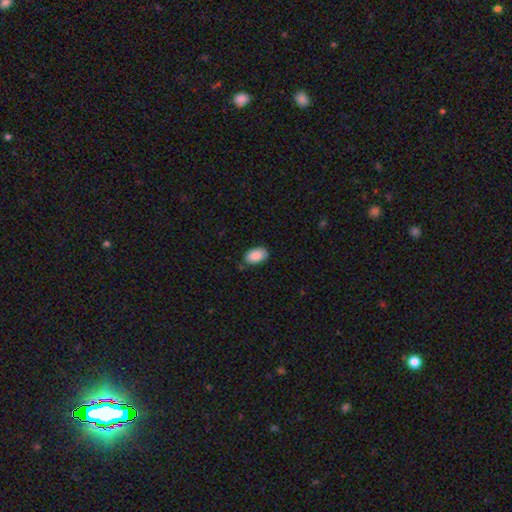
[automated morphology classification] Q: Smooth or featured?
A: smooth (87%); runner-up: star or artifact (7%)
Q: How rounded?
A: in between (93%); runner-up: round (6%)
Q: Merging?
A: none (79%); runner-up: minor disturbance (17%)